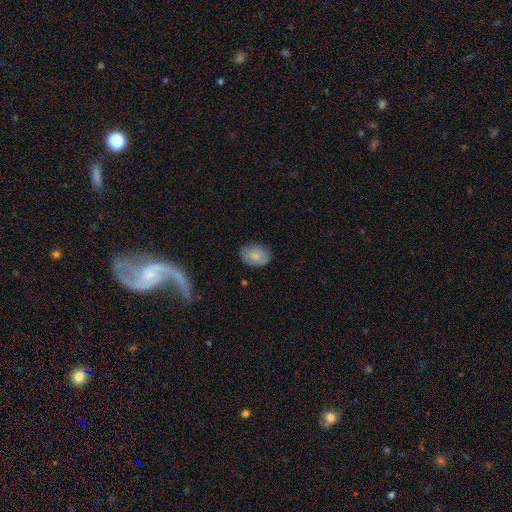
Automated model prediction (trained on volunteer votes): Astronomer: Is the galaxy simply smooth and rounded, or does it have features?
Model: smooth — 76%.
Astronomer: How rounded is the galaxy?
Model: in between — 73%.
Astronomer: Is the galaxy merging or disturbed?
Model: none — 77%.